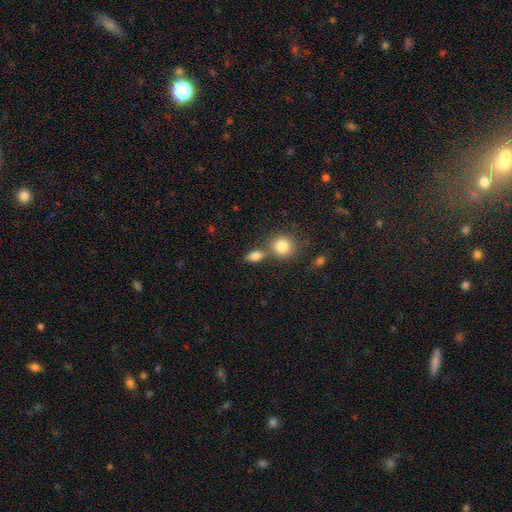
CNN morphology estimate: Q: Smooth or featured?
A: smooth (83%); runner-up: star or artifact (9%)
Q: How rounded?
A: in between (72%); runner-up: round (23%)
Q: Merging?
A: none (54%); runner-up: merger (30%)